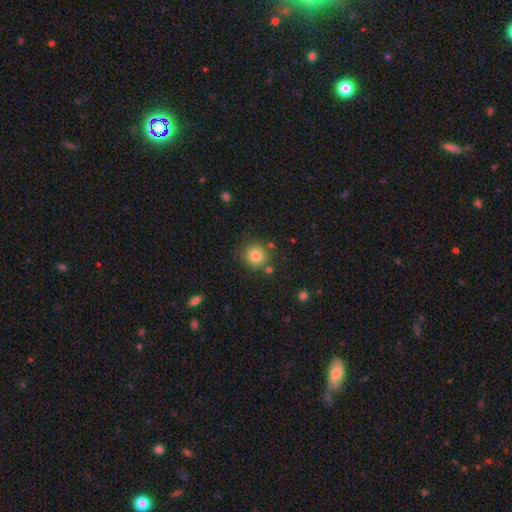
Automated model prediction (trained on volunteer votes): The model was most divided on "smooth or featured": smooth: 83%, star or artifact: 11%, featured or disk: 6%. More confident: how rounded — round (91%); merging — none (83%).